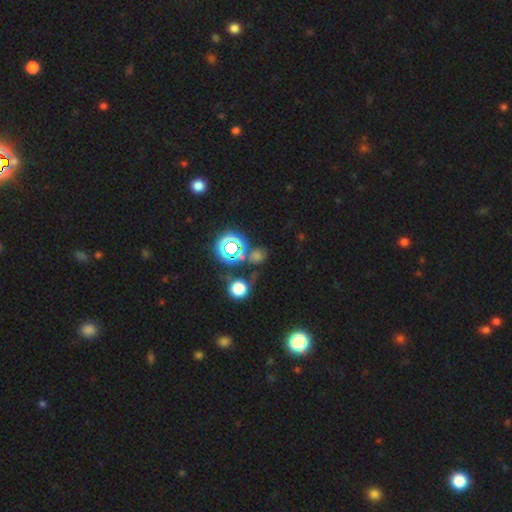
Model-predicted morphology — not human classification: Smooth or featured?
  - star or artifact: 53% *
  - smooth: 38%
  - featured or disk: 9%